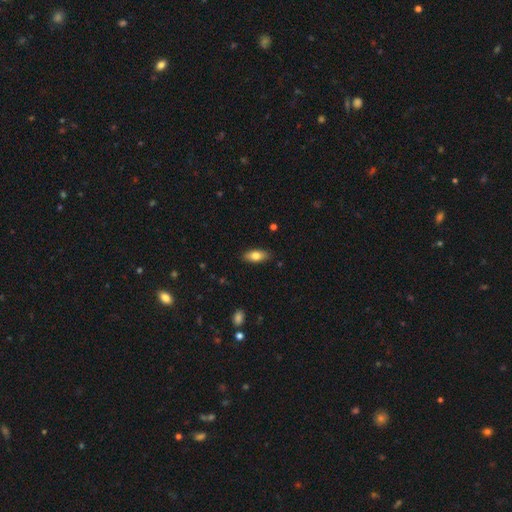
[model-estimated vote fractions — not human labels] The model was most divided on "smooth or featured": smooth: 75%, featured or disk: 18%, star or artifact: 6%. More confident: merging — none (88%); how rounded — in between (82%).